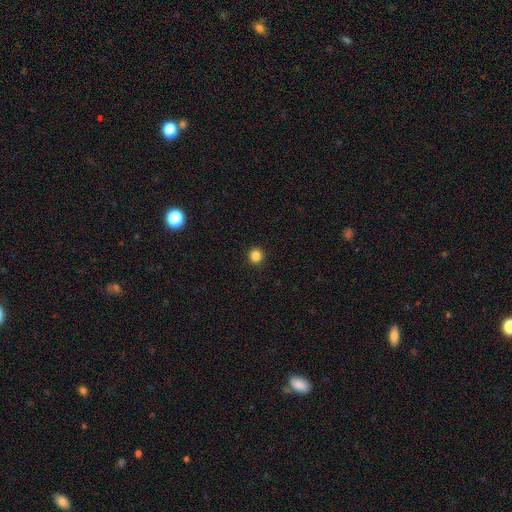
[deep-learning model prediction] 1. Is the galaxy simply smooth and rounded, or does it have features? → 85% smooth, 12% star or artifact, 3% featured or disk.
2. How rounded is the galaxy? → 95% round, 4% in between, 1% cigar-shaped.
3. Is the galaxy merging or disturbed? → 93% none, 4% minor disturbance, 2% major disturbance, 1% merger.